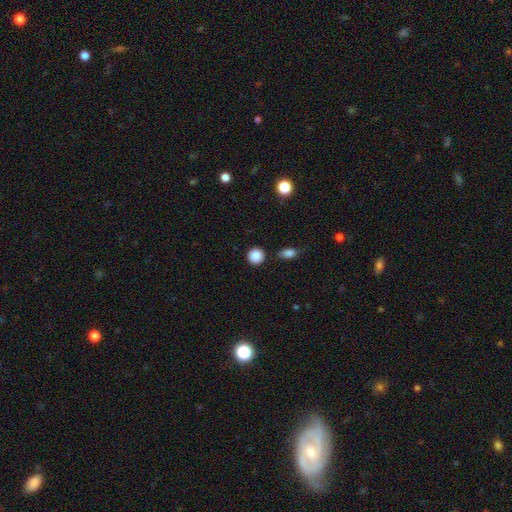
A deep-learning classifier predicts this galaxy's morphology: This appears to be a smooth galaxy with no disk features (88%) that is round (92%). Merging: none (86%).